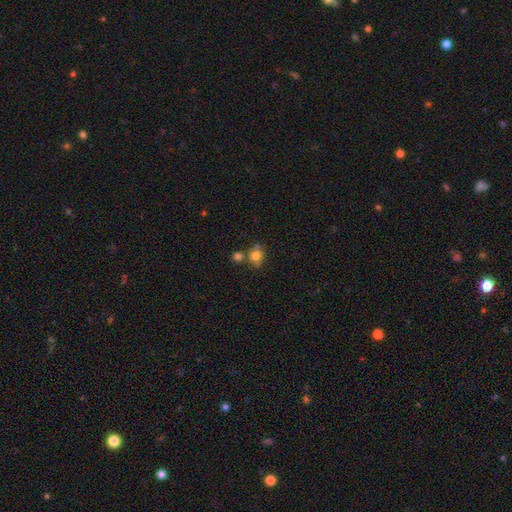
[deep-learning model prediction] Smooth or featured: smooth — 78% (star or artifact — 12%)
How rounded: round — 66% (in between — 33%)
Merging: none — 58% (merger — 22%)